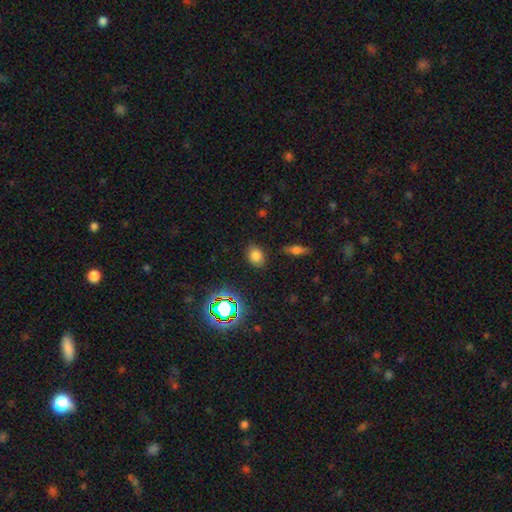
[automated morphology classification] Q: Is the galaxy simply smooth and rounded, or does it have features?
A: smooth — 76%.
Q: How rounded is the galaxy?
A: in between — 62%.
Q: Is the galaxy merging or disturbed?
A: none — 84%.